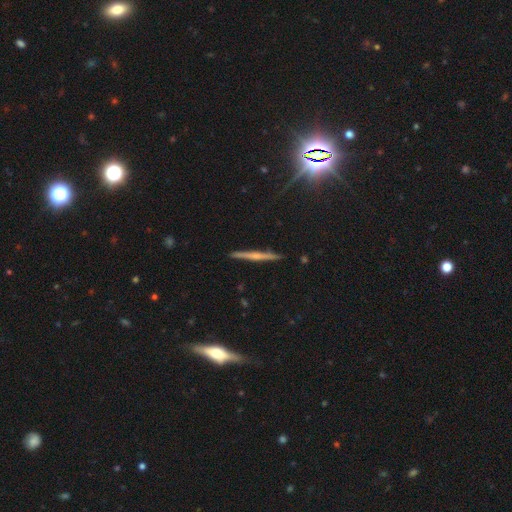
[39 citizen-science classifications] A featured or disk galaxy (85%) viewed edge-on (100%) with a rounded central bulge (61%).

Vote fractions:
- Smooth or featured? featured or disk: 85% / smooth: 10% / star or artifact: 5%
- Edge-on disk? yes: 100% / no: 0%
- Edge-on bulge? rounded: 61% / boxy: 27% / none: 12%
- Merging? none: 78% / minor disturbance: 19% / merger: 3% / major disturbance: 0%